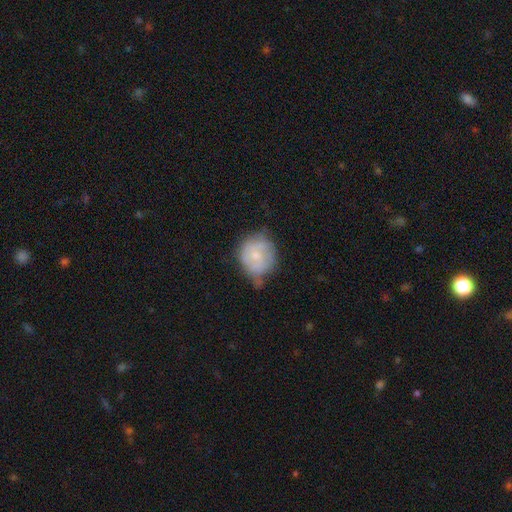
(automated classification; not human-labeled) smooth-or-featured: smooth: 51% | featured or disk: 42% | star or artifact: 7%
  how-rounded: round: 77% | in between: 22% | cigar-shaped: 1%
  merging: none: 44% | minor disturbance: 37% | major disturbance: 13% | merger: 6%